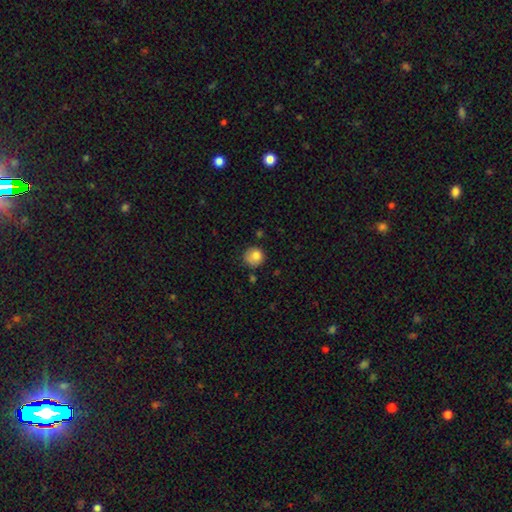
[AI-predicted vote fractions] smooth-or-featured: smooth: 81% | star or artifact: 9% | featured or disk: 9%
  how-rounded: round: 89% | in between: 10% | cigar-shaped: 1%
  merging: none: 69% | minor disturbance: 22% | major disturbance: 5% | merger: 3%